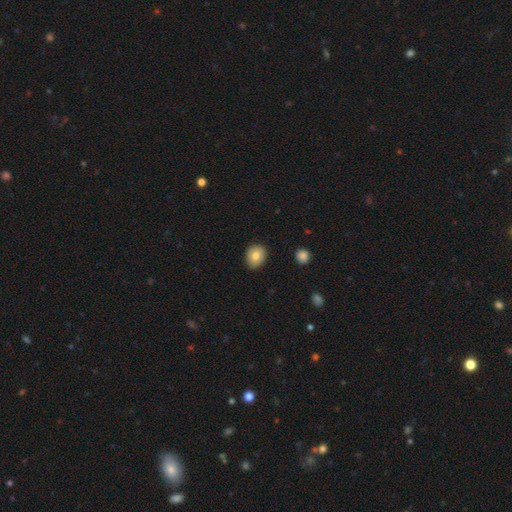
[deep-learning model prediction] A smooth galaxy with no disk features (81%) that is round (58%). Merging: none (84%).